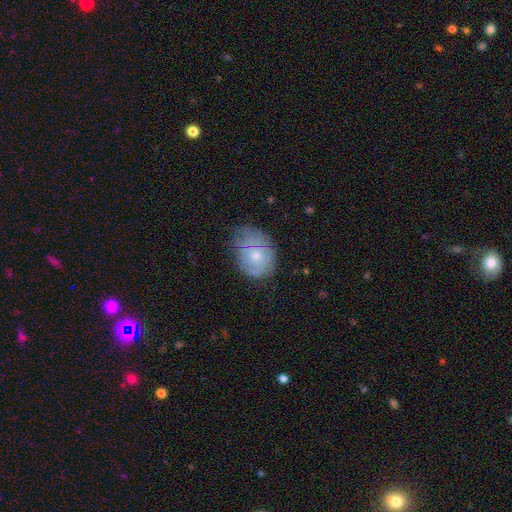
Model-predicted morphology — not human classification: Smooth or featured? Predicted: smooth (p=0.47). Merging? Predicted: none (p=0.53).